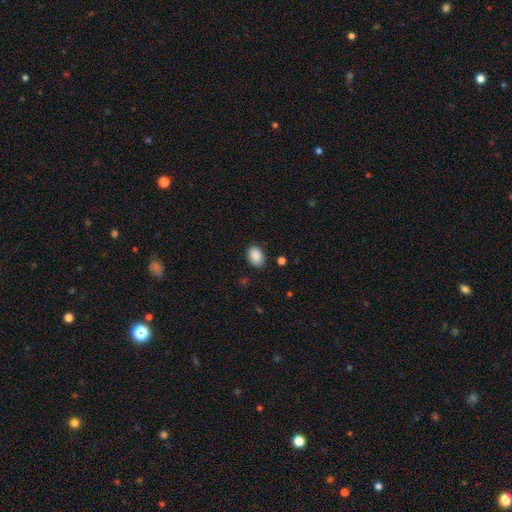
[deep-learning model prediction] A smooth galaxy with no disk features (89%) that is in between round and cigar-shaped (80%).

Vote fractions:
- Smooth or featured? smooth: 89% / star or artifact: 7% / featured or disk: 3%
- How rounded? in between: 80% / round: 19% / cigar-shaped: 1%
- Merging? none: 86% / minor disturbance: 10% / major disturbance: 3% / merger: 1%